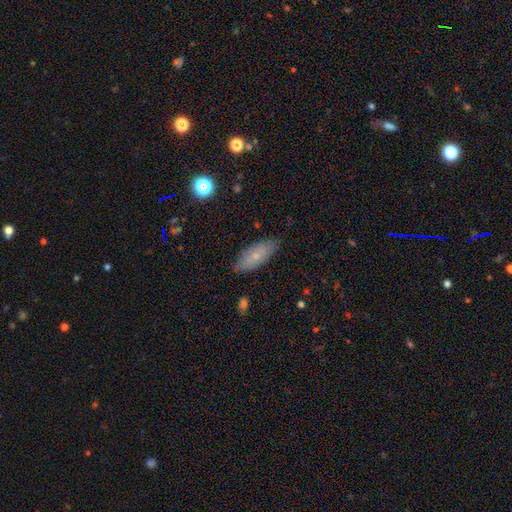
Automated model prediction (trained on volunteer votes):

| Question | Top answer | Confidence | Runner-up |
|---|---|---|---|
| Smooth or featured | smooth | 61% | featured or disk (31%) |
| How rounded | in between | 81% | cigar-shaped (16%) |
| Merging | none | 81% | minor disturbance (15%) |